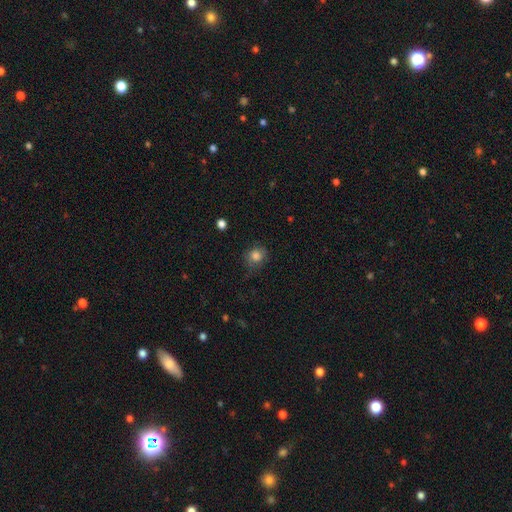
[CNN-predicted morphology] Smooth or featured? Predicted: smooth (p=0.79). How rounded? Predicted: round (p=0.76). Merging? Predicted: none (p=0.67).